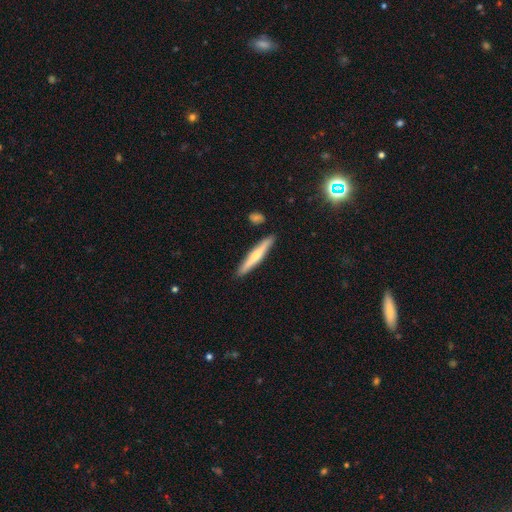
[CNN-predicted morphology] Smooth or featured? Predicted: smooth (p=0.48). Merging? Predicted: none (p=0.89).